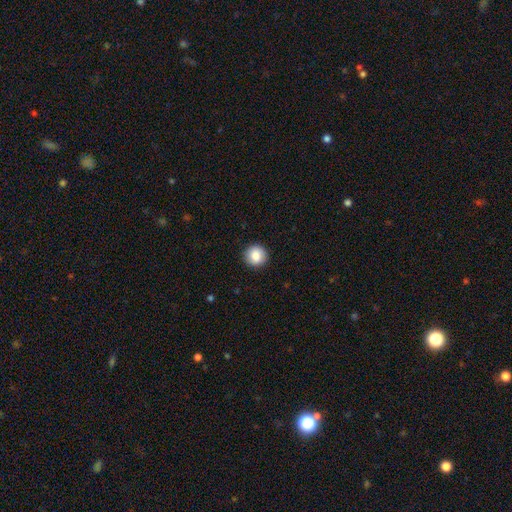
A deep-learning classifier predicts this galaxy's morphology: Smooth or featured?
  - smooth: 84% *
  - star or artifact: 8%
  - featured or disk: 7%
How rounded?
  - round: 94% *
  - in between: 6%
  - cigar-shaped: 1%
Merging?
  - none: 91% *
  - minor disturbance: 6%
  - major disturbance: 2%
  - merger: 1%